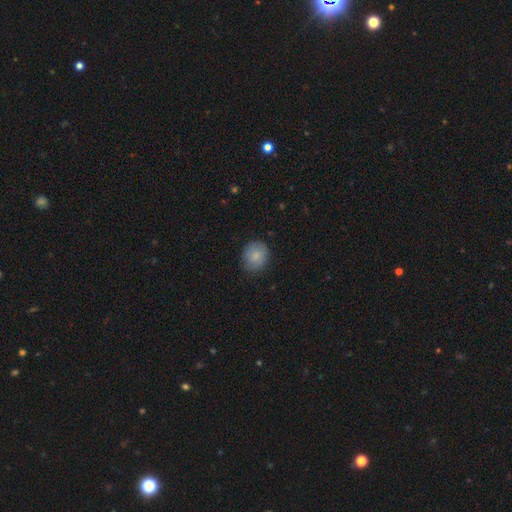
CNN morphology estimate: The model was most divided on "how rounded": round: 68%, in between: 31%, cigar-shaped: 1%. More confident: merging — none (83%); smooth or featured — smooth (82%).